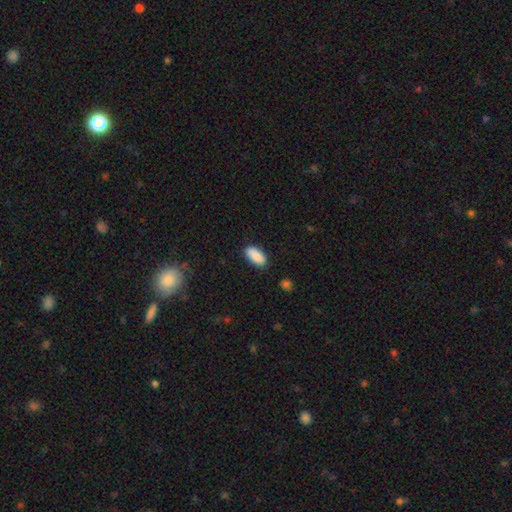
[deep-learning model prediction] Morphology: type=smooth (90%); roundness=in between (91%); merging=none (85%).